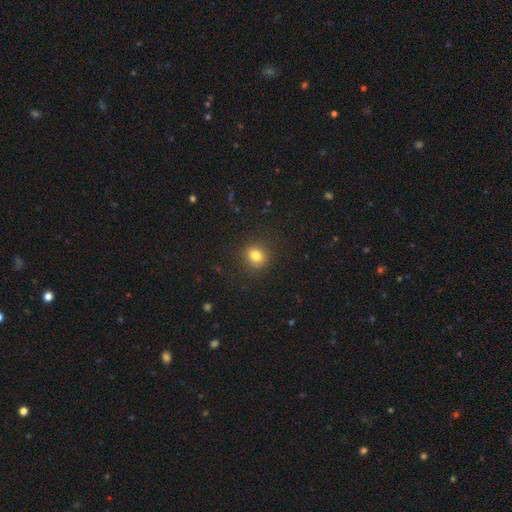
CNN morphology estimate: Smooth or featured?
  - smooth: 81% *
  - star or artifact: 13%
  - featured or disk: 6%
How rounded?
  - round: 74% *
  - in between: 25%
  - cigar-shaped: 1%
Merging?
  - none: 87% *
  - minor disturbance: 9%
  - major disturbance: 3%
  - merger: 1%